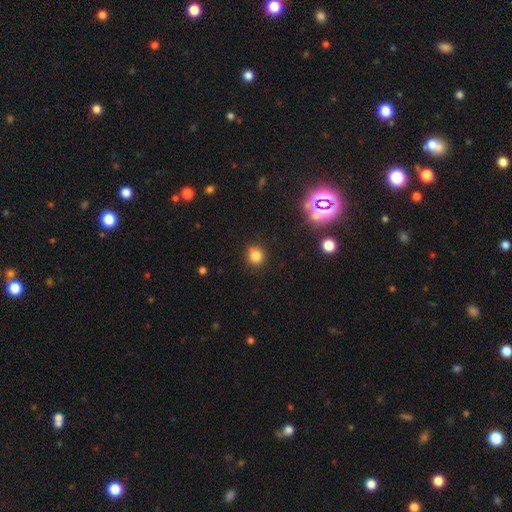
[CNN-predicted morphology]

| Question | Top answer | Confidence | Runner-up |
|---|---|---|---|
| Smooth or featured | smooth | 81% | star or artifact (14%) |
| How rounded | round | 86% | in between (13%) |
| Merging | none | 89% | minor disturbance (7%) |